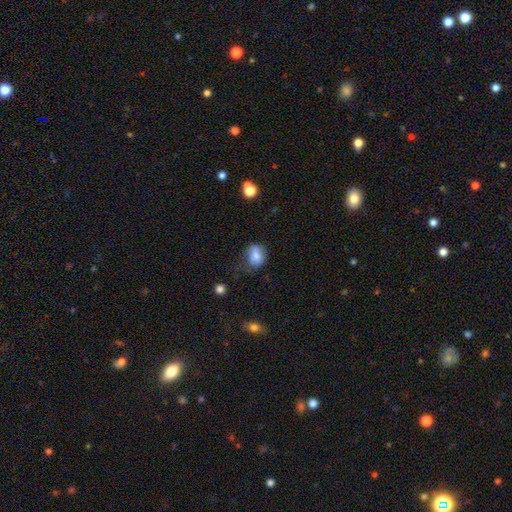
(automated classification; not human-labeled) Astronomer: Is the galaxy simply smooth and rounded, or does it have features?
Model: smooth — 77%.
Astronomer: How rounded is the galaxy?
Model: in between — 69%.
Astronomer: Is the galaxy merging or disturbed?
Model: none — 47% (runner-up: minor disturbance, 33%).